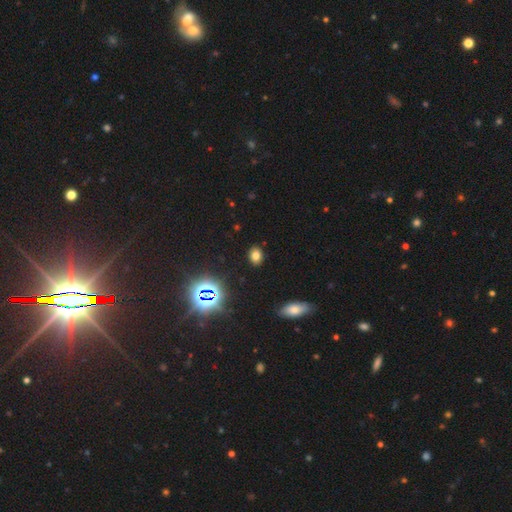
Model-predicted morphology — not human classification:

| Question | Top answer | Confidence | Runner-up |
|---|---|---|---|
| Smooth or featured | smooth | 72% | star or artifact (21%) |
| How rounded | in between | 65% | round (34%) |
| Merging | none | 88% | minor disturbance (8%) |